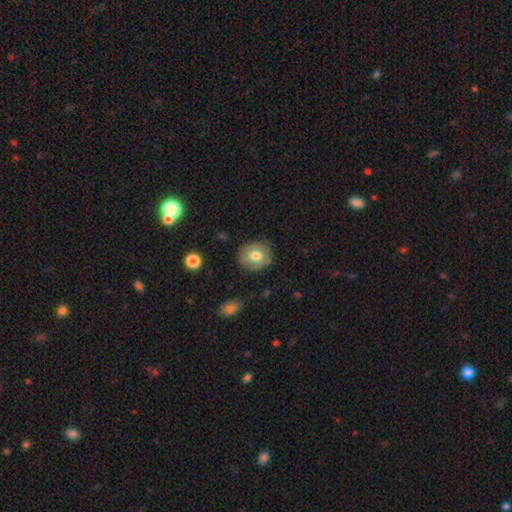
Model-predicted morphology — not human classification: smooth_or_featured: smooth (p=0.70) [alt: featured or disk p=0.22]
how_rounded: round (p=0.74) [alt: in between p=0.25]
merging: none (p=0.81) [alt: minor disturbance p=0.14]